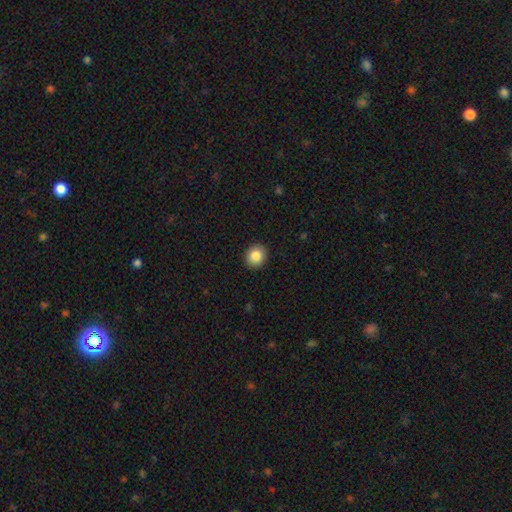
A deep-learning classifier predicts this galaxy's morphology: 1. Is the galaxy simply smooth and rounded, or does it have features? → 86% smooth, 9% star or artifact, 6% featured or disk.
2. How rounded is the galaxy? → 80% round, 19% in between, 1% cigar-shaped.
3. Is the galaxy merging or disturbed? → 92% none, 6% minor disturbance, 2% major disturbance, 1% merger.